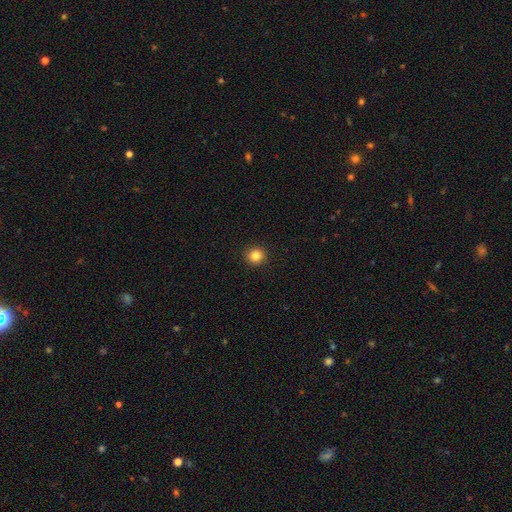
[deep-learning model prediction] The model was most divided on "smooth or featured": smooth: 83%, star or artifact: 12%, featured or disk: 5%. More confident: how rounded — round (94%); merging — none (93%).